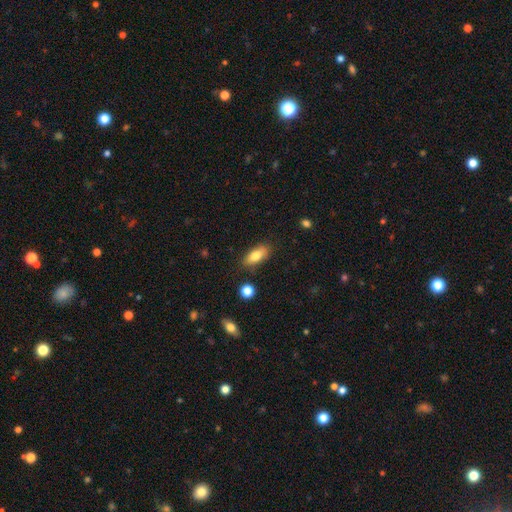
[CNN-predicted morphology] Overall: smooth (79%). How rounded: in between (79%). Merging: none (82%).